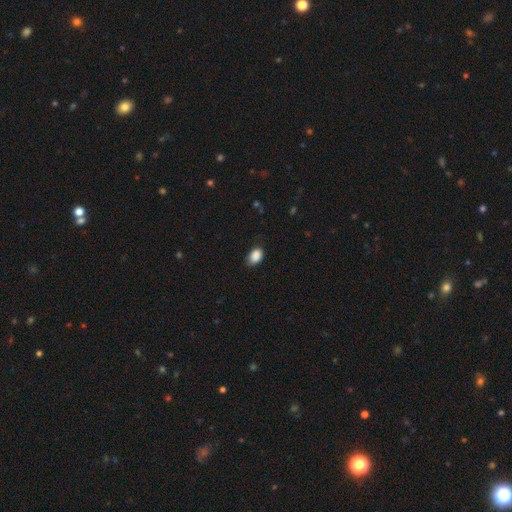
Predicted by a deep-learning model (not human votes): Morphology: type=smooth (89%); roundness=in between (87%); merging=none (77%).